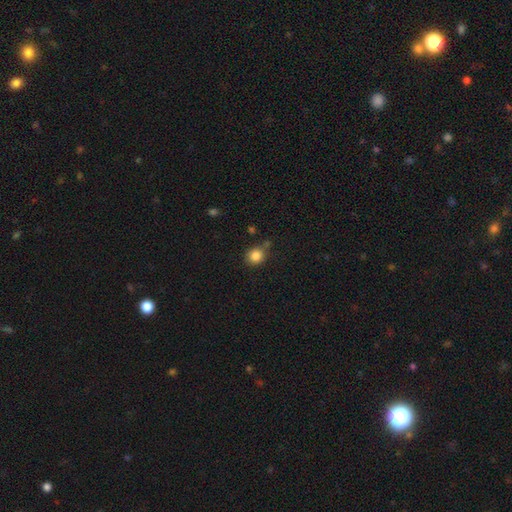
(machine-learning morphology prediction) type=smooth (85%); roundness=round (86%); merging=none (73%).